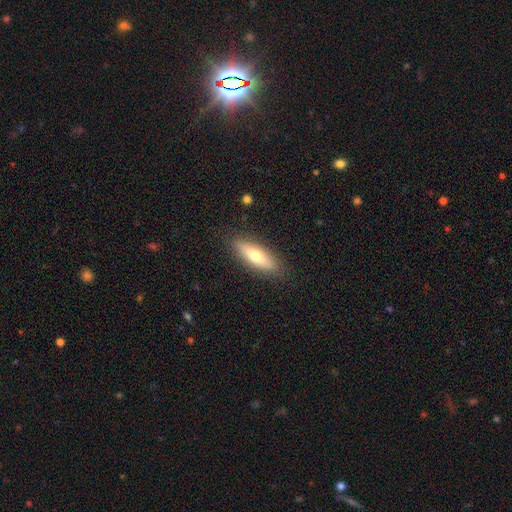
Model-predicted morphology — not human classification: A smooth galaxy with no disk features (65%) that is in between round and cigar-shaped (49%, tied with cigar-shaped). Merging: none (87%).